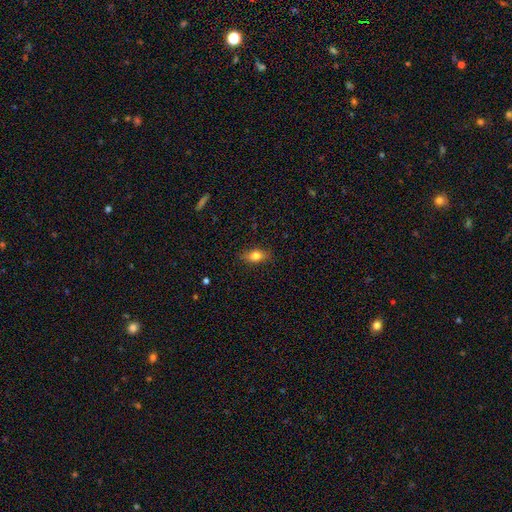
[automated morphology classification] Overall: smooth (77%). How rounded: in between (81%). Merging: none (85%).